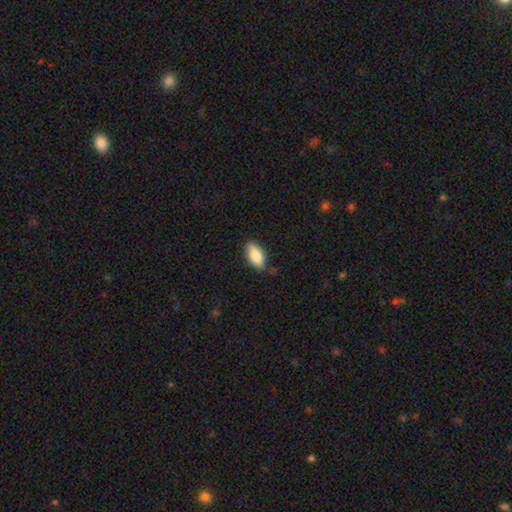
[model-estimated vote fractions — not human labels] Smooth or featured: smooth — 83% (featured or disk — 11%)
How rounded: in between — 87% (cigar-shaped — 11%)
Merging: none — 81% (minor disturbance — 15%)